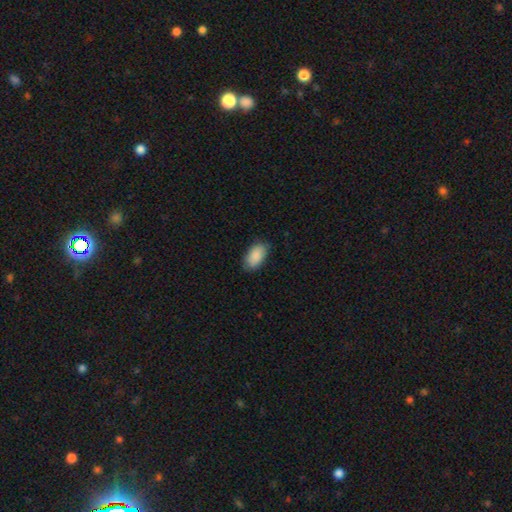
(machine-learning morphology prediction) smooth 89%, star or artifact 6%, featured or disk 5%. Down the decision tree: how rounded — in between (95%); merging — none (82%).